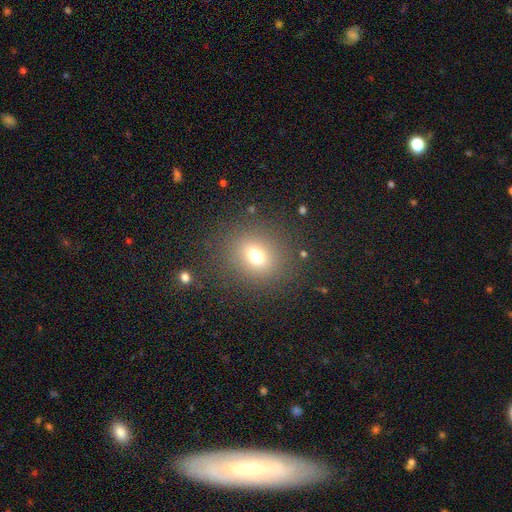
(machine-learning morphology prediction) Overall: smooth (71%). How rounded: round (72%). Merging: none (84%).